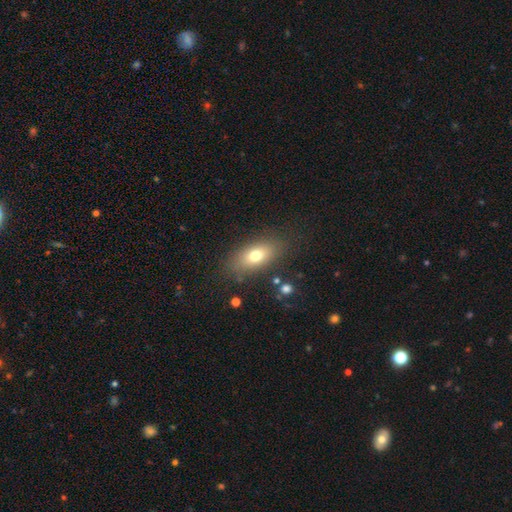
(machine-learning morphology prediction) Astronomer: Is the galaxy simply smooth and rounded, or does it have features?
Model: smooth — 73%.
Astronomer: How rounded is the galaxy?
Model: in between — 83%.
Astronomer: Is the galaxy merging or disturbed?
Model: none — 81%.